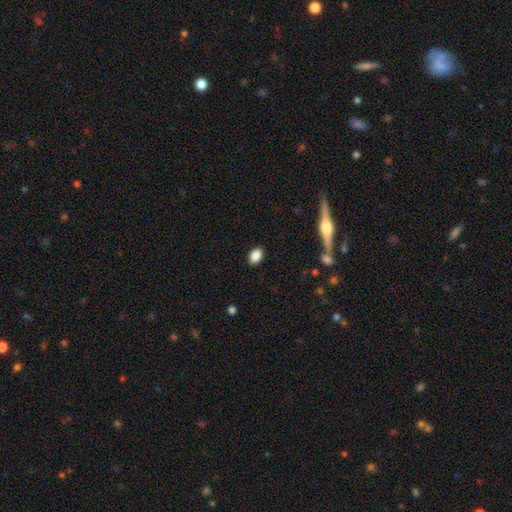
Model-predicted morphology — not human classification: type=smooth (87%); roundness=in between (84%); merging=none (88%).